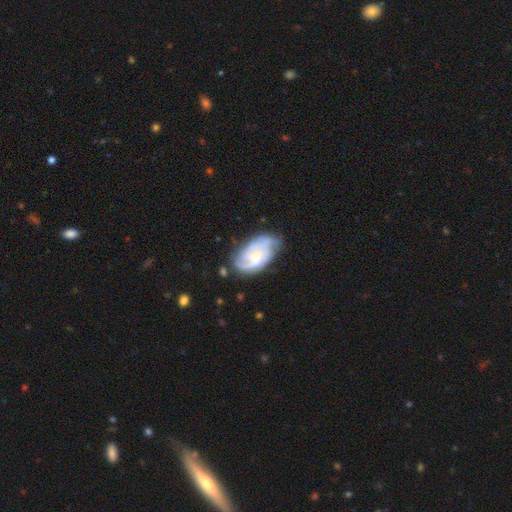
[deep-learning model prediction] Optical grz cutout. It shows a featured or disk galaxy (67%) with no bar (63%), 2 (37%) medium (42%) spiral arms (86%) and a small central bulge (47%). Merging: none (53%).